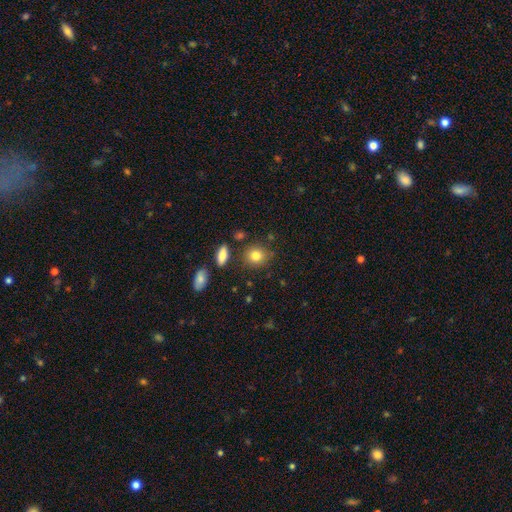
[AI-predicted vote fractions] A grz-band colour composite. It shows a smooth galaxy with no disk features (81%) that is round (80%). Merging: none (80%).